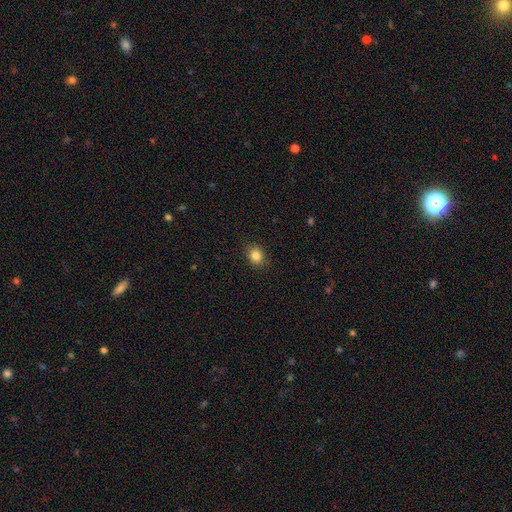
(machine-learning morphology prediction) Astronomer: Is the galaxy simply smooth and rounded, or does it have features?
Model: smooth — 85%.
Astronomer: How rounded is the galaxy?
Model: round — 65%.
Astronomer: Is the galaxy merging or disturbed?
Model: none — 86%.